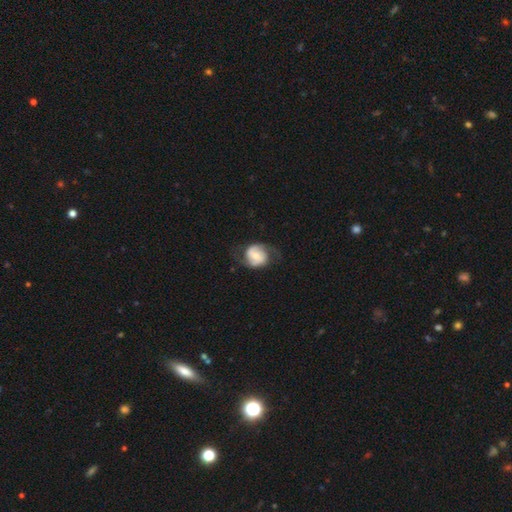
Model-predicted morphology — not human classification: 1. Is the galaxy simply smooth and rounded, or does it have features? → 68% featured or disk, 26% smooth, 6% star or artifact.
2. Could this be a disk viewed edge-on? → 97% no, 3% yes.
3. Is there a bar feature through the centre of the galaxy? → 56% no, 32% weak, 12% strong.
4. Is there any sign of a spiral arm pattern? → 88% yes, 12% no.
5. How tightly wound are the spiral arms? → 43% medium, 34% loose, 23% tight.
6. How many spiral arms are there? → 88% 2, 6% can't tell, 3% 1, 2% 3, 1% 4, 1% more than 4.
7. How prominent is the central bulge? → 48% moderate, 42% small, 6% large, 3% none, 2% dominant.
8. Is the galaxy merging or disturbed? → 66% none, 19% minor disturbance, 13% major disturbance, 1% merger.